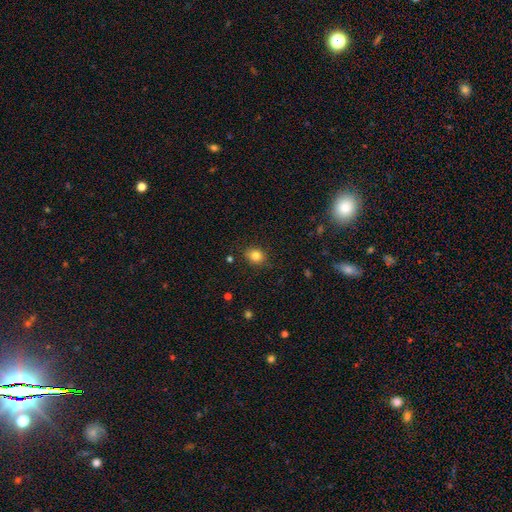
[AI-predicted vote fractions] smooth_or_featured: smooth (p=0.82) [alt: star or artifact p=0.11]
how_rounded: round (p=0.65) [alt: in between p=0.34]
merging: none (p=0.85) [alt: minor disturbance p=0.11]